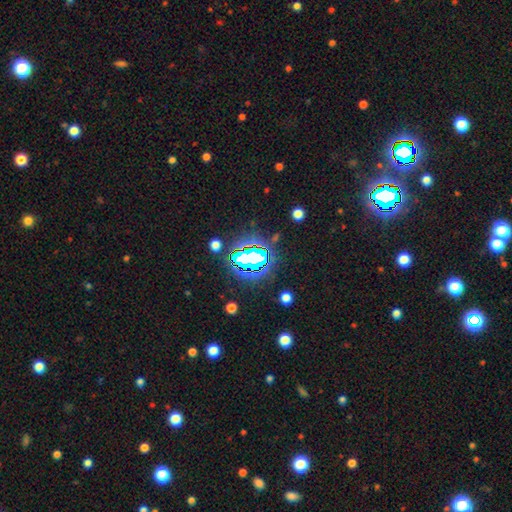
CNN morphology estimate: Smooth or featured? Predicted: star or artifact (p=0.81).